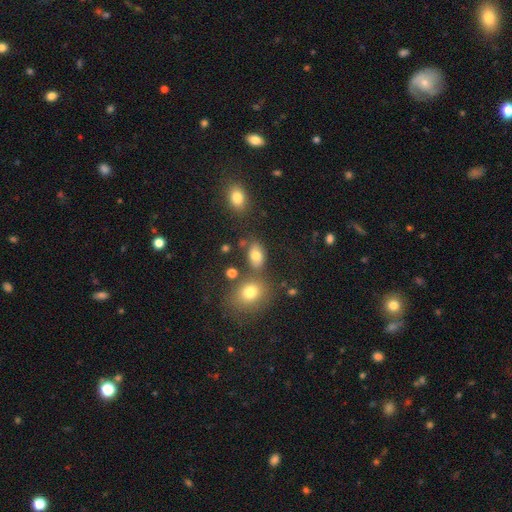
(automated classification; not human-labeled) Overall: smooth (75%). How rounded: in between (83%). Merging: none (68%).